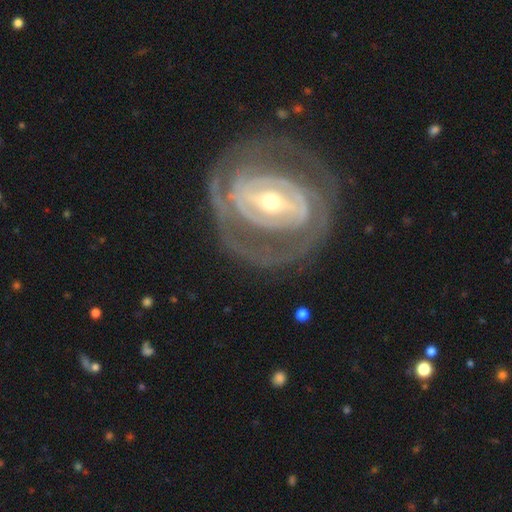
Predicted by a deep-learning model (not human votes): This appears to be a featured or disk galaxy (84%) with a strong bar (48%), 2 (38%) tight (70%) spiral arms (78%) and a small central bulge (50%). Merging: none (72%).